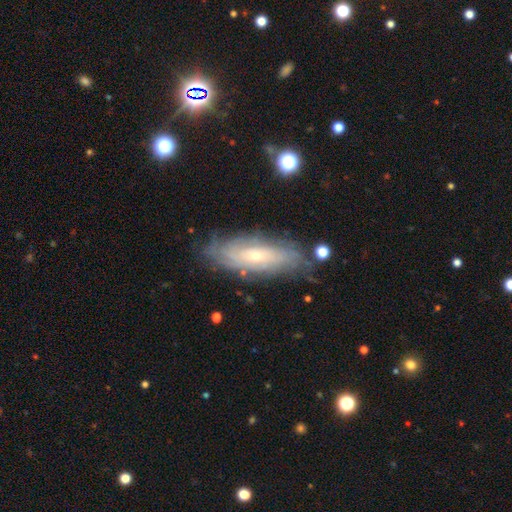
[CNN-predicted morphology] A featured or disk galaxy (72%) with no bar (73%), spiral arms (84%) and a small central bulge (72%). Merging: none (75%).